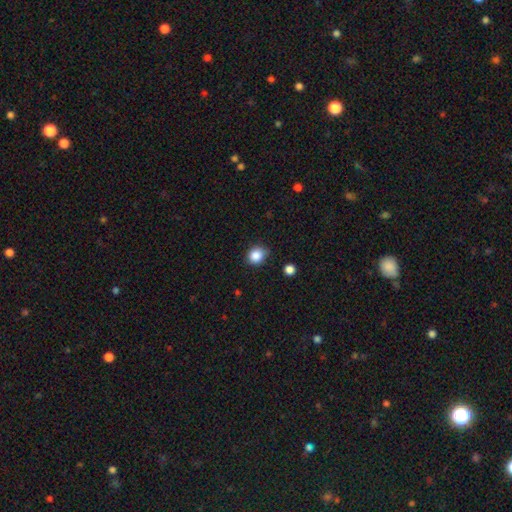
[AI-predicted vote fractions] Smooth or featured? smooth (86%)
How rounded? round (75%)
Merging? none (77%)